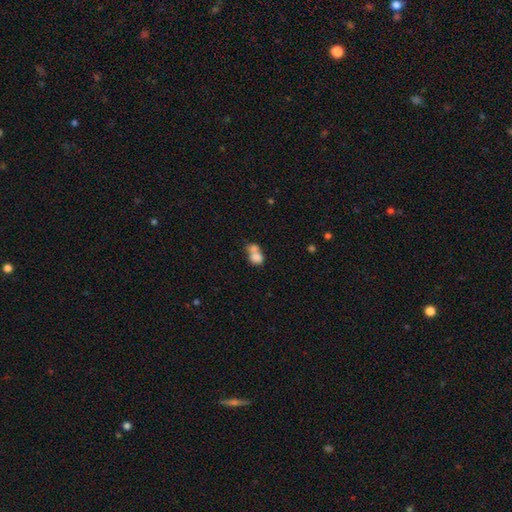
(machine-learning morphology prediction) smooth 78%, featured or disk 13%, star or artifact 9%. Down the decision tree: how rounded — round (50%); merging — merger (67%).